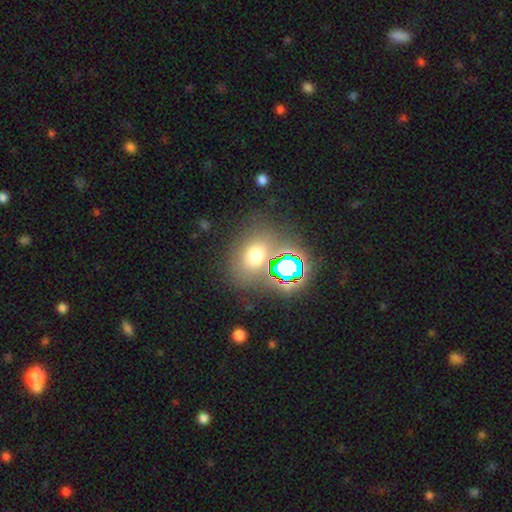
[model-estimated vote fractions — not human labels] A smooth galaxy with no disk features (60%) that is in between round and cigar-shaped (55%).

Vote fractions:
- Smooth or featured? smooth: 60% / star or artifact: 28% / featured or disk: 11%
- How rounded? in between: 55% / round: 43% / cigar-shaped: 2%
- Merging? none: 74% / minor disturbance: 12% / merger: 9% / major disturbance: 6%